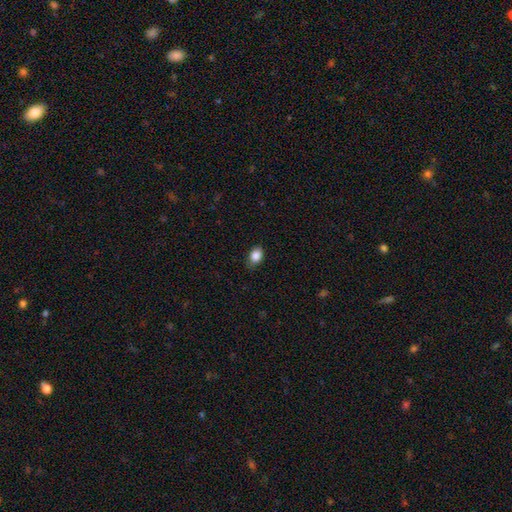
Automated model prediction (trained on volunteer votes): Smooth or featured: smooth — 87% (star or artifact — 9%)
How rounded: in between — 75% (round — 23%)
Merging: none — 79% (minor disturbance — 17%)